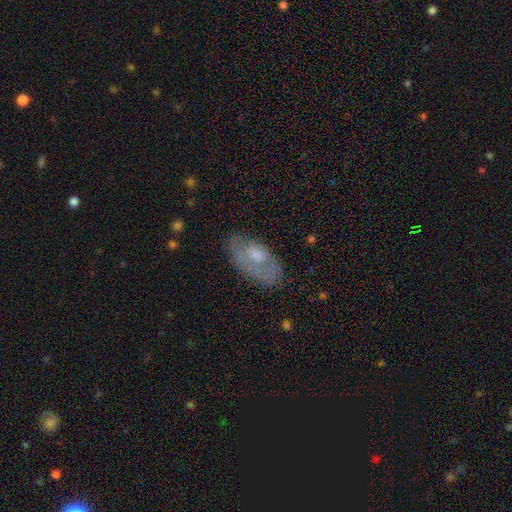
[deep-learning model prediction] smooth-or-featured: featured or disk: 48% | smooth: 44% | star or artifact: 8%
  merging: none: 61% | minor disturbance: 24% | major disturbance: 13% | merger: 2%